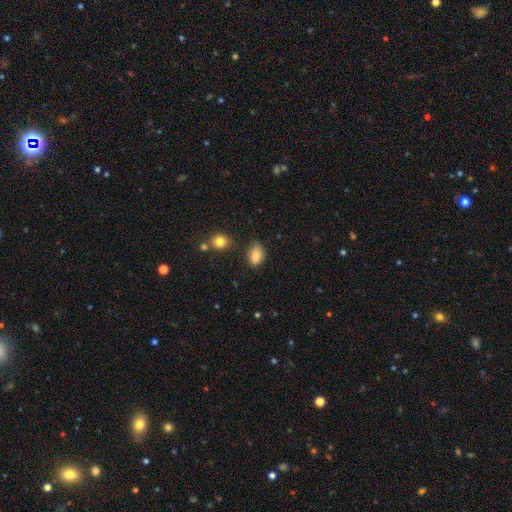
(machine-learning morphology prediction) Q: Smooth or featured?
A: smooth (82%); runner-up: star or artifact (10%)
Q: How rounded?
A: in between (77%); runner-up: round (22%)
Q: Merging?
A: none (70%); runner-up: minor disturbance (21%)